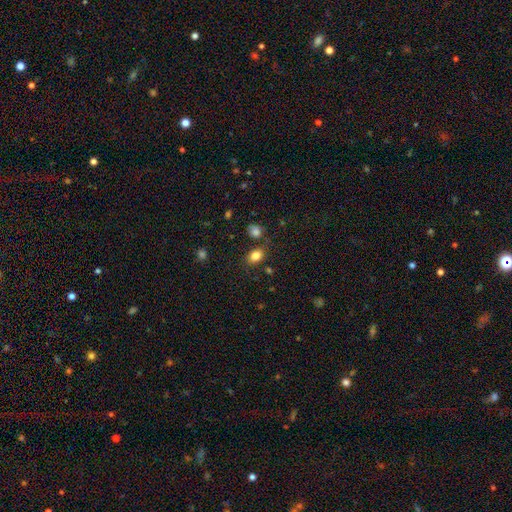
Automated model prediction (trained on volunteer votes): The model was most divided on "how rounded": in between: 72%, round: 26%, cigar-shaped: 1%. More confident: smooth or featured — smooth (83%); merging — none (76%).